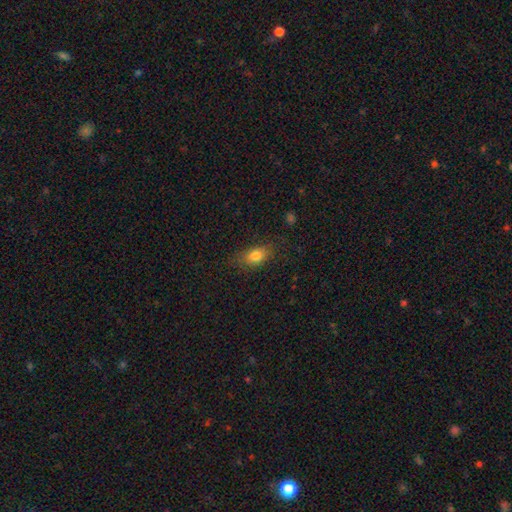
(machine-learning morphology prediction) A smooth galaxy with no disk features (80%) that is in between round and cigar-shaped (80%).

Vote fractions:
- Smooth or featured? smooth: 80% / star or artifact: 10% / featured or disk: 10%
- How rounded? in between: 80% / round: 15% / cigar-shaped: 5%
- Merging? none: 77% / minor disturbance: 16% / major disturbance: 5% / merger: 1%